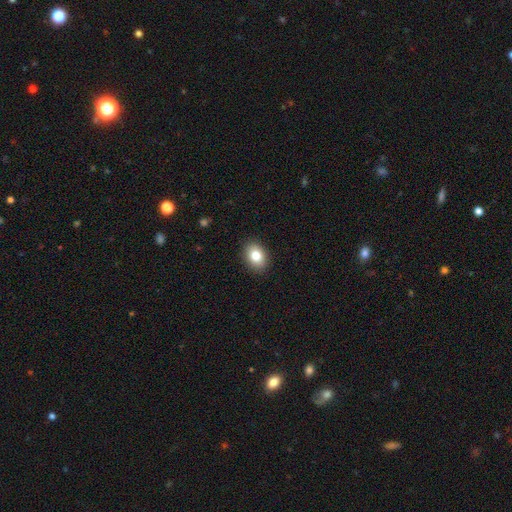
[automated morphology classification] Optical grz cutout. It shows a smooth galaxy with no disk features (81%) that is in between round and cigar-shaped (70%). Merging: none (90%).